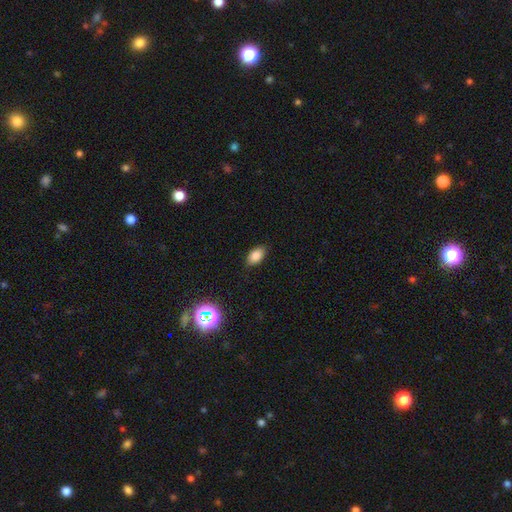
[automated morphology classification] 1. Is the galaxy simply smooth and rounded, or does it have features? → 82% smooth, 11% star or artifact, 7% featured or disk.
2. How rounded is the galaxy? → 92% in between, 6% round, 2% cigar-shaped.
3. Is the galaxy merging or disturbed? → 86% none, 11% minor disturbance, 2% major disturbance, 1% merger.